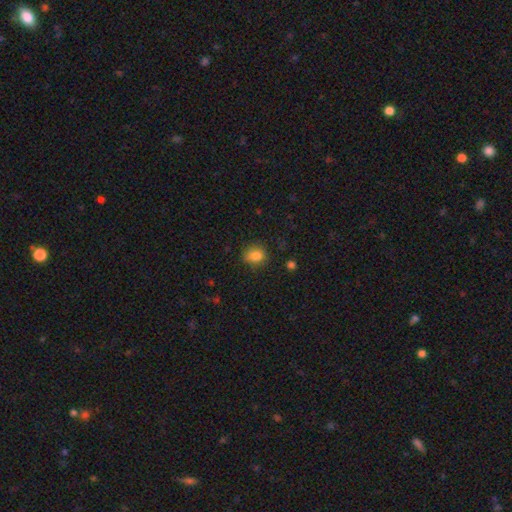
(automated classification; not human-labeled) A smooth galaxy with no disk features (83%) that is round (62%). Merging: none (78%).